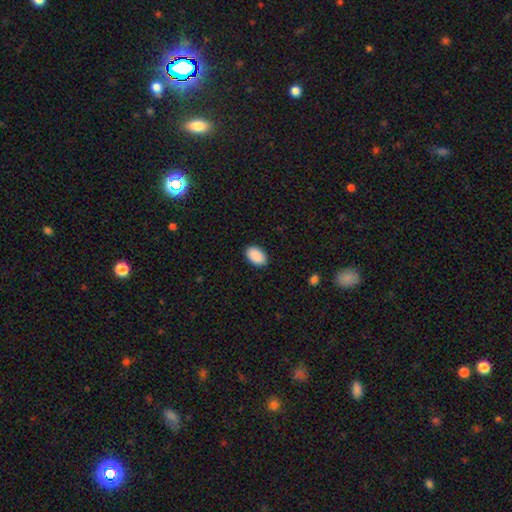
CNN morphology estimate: Smooth or featured: smooth — 91% (star or artifact — 6%)
How rounded: in between — 91% (round — 8%)
Merging: none — 89% (minor disturbance — 8%)